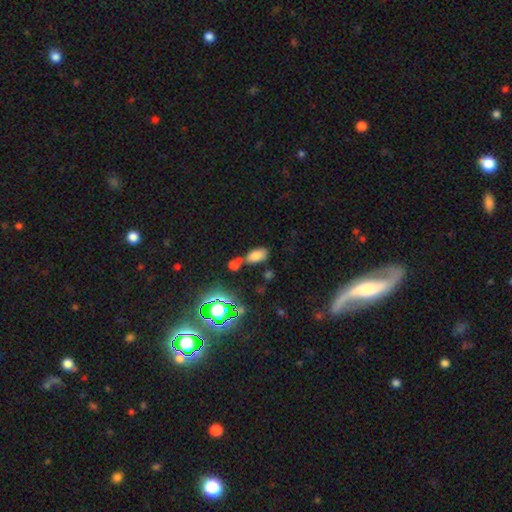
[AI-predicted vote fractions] A smooth galaxy with no disk features (71%) that is in between round and cigar-shaped (89%). Merging: none (49%).